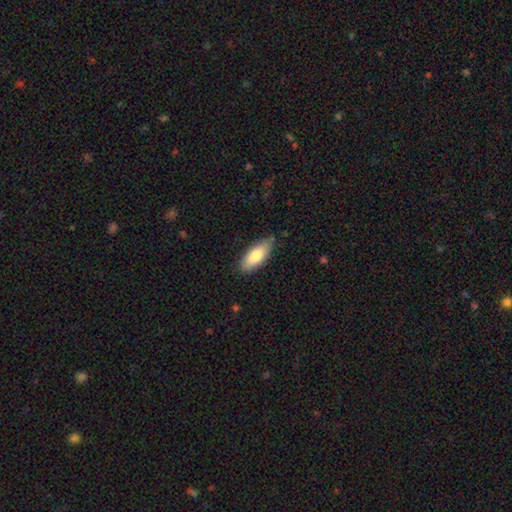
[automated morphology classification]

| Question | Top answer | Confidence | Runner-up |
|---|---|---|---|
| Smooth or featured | smooth | 80% | featured or disk (14%) |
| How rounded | in between | 77% | cigar-shaped (21%) |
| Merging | none | 81% | minor disturbance (15%) |